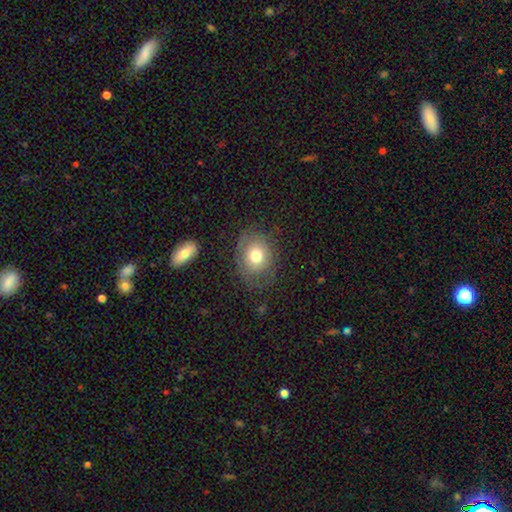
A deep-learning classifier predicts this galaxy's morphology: Q: Smooth or featured?
A: smooth (68%); runner-up: featured or disk (21%)
Q: How rounded?
A: round (55%); runner-up: in between (44%)
Q: Merging?
A: none (70%); runner-up: minor disturbance (19%)